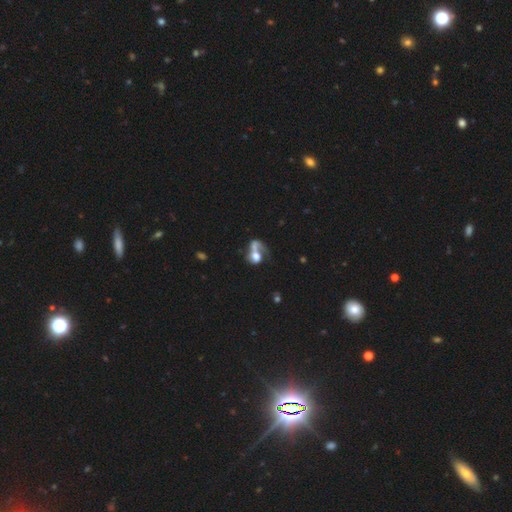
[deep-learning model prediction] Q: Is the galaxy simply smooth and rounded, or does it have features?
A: featured or disk — 48%.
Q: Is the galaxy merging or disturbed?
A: merger — 47%.